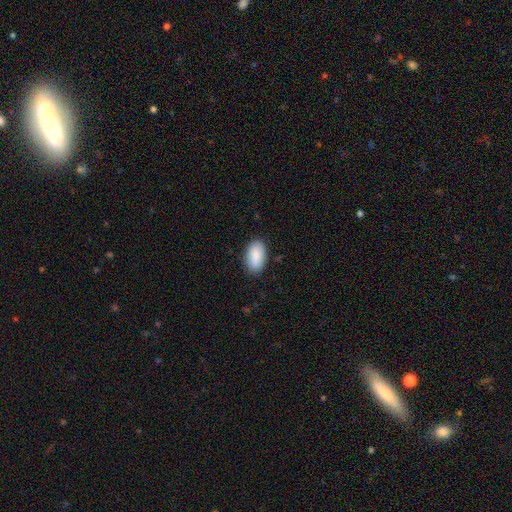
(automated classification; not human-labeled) Smooth or featured?
  - smooth: 89% *
  - star or artifact: 6%
  - featured or disk: 5%
How rounded?
  - in between: 95% *
  - round: 3%
  - cigar-shaped: 2%
Merging?
  - none: 86% *
  - minor disturbance: 11%
  - major disturbance: 2%
  - merger: 1%